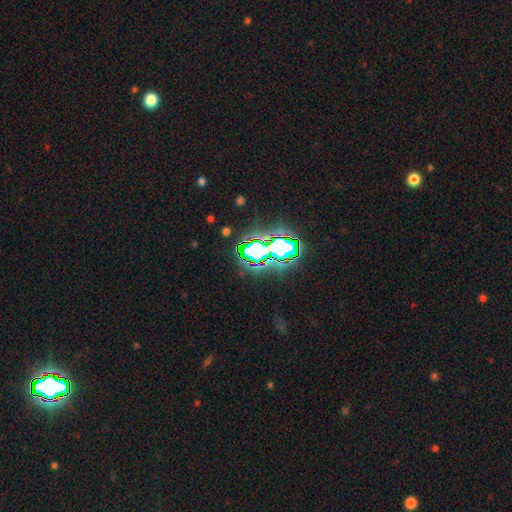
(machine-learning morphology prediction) smooth_or_featured: star or artifact (p=0.74) [alt: smooth p=0.14]